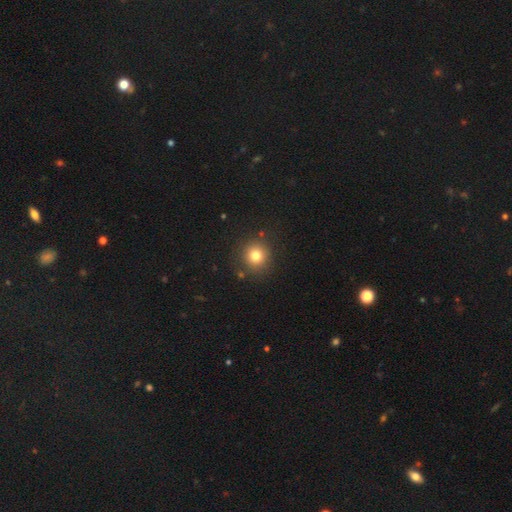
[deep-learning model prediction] Overall: smooth (79%). How rounded: round (92%). Merging: none (87%).